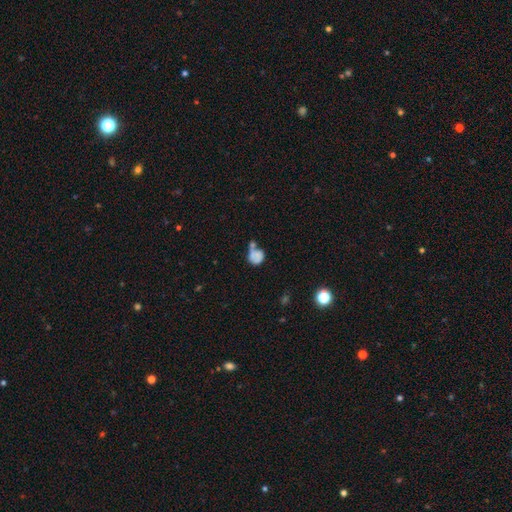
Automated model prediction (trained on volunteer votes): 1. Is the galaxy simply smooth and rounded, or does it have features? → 62% smooth, 26% featured or disk, 12% star or artifact.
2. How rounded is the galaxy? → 63% round, 36% in between, 1% cigar-shaped.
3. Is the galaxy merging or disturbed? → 37% merger, 27% none, 19% minor disturbance, 17% major disturbance.